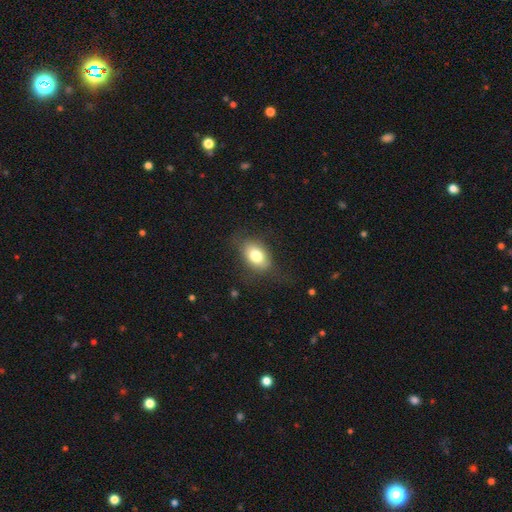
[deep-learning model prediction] A smooth galaxy with no disk features (76%) that is in between round and cigar-shaped (84%). Merging: none (71%).